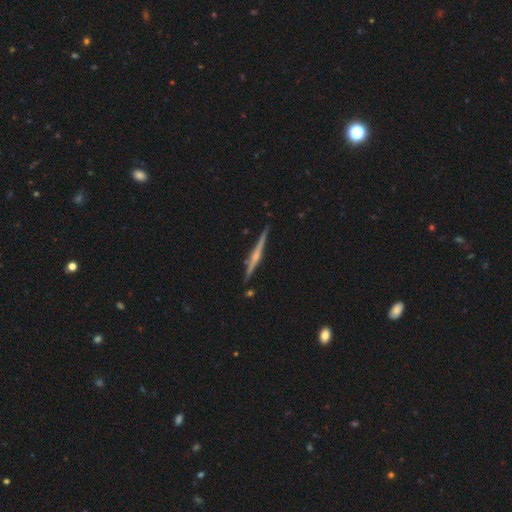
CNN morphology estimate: Overall: featured or disk (78%). Edge-on disk: yes (98%). Edge-on bulge: rounded (62%; none 24%). Merging: none (89%).